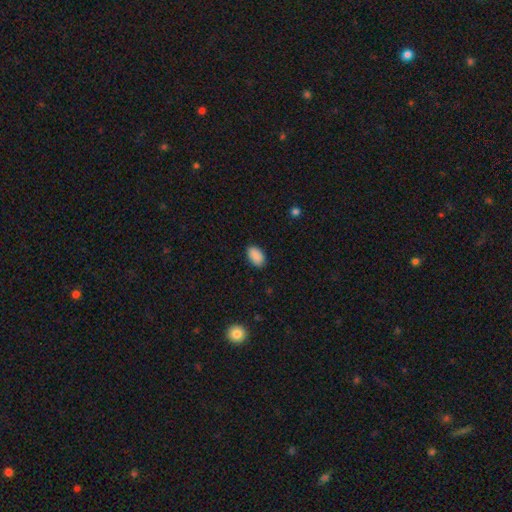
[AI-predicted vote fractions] Smooth or featured?
  - smooth: 90% *
  - star or artifact: 7%
  - featured or disk: 3%
How rounded?
  - in between: 92% *
  - round: 7%
  - cigar-shaped: 1%
Merging?
  - none: 87% *
  - minor disturbance: 10%
  - major disturbance: 2%
  - merger: 1%